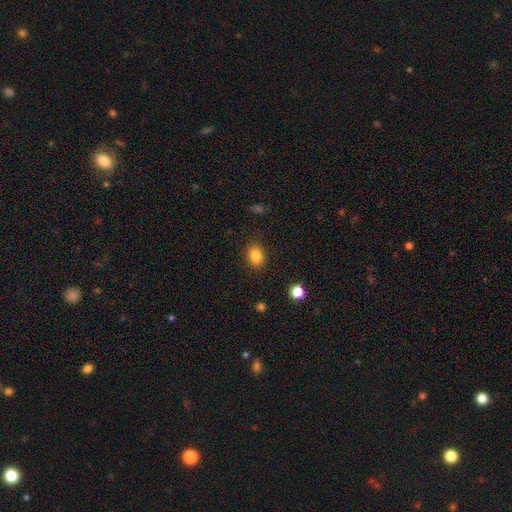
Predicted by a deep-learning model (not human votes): The model was most divided on "how rounded": in between: 64%, round: 35%, cigar-shaped: 1%. More confident: merging — none (87%); smooth or featured — smooth (84%).